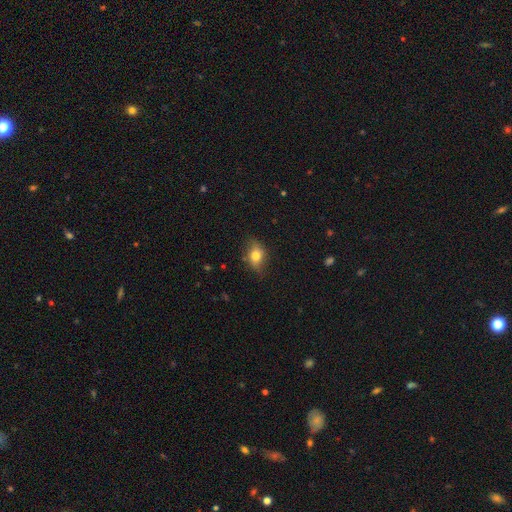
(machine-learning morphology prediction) Q: Smooth or featured?
A: smooth (75%); runner-up: featured or disk (16%)
Q: How rounded?
A: in between (75%); runner-up: round (22%)
Q: Merging?
A: none (75%); runner-up: minor disturbance (19%)